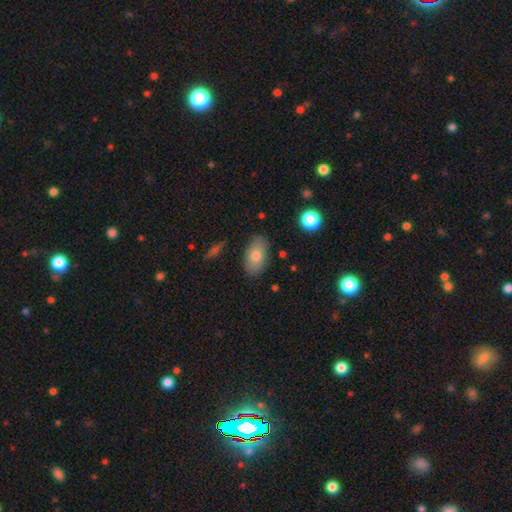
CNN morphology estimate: Q: Smooth or featured?
A: smooth (76%); runner-up: featured or disk (16%)
Q: How rounded?
A: in between (91%); runner-up: round (7%)
Q: Merging?
A: none (84%); runner-up: minor disturbance (11%)